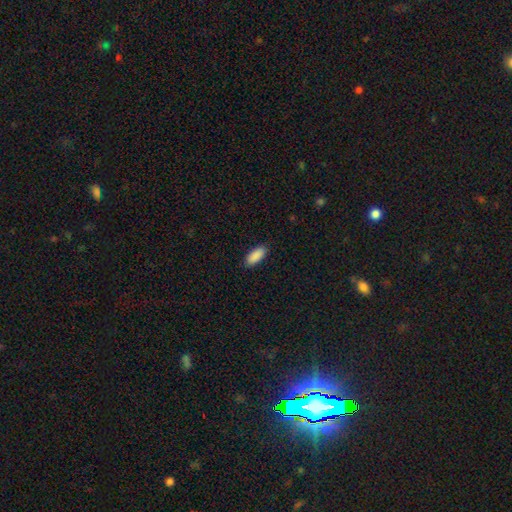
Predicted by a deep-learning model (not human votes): The model was most divided on "how rounded": in between: 81%, cigar-shaped: 17%, round: 2%. More confident: smooth or featured — smooth (91%); merging — none (89%).